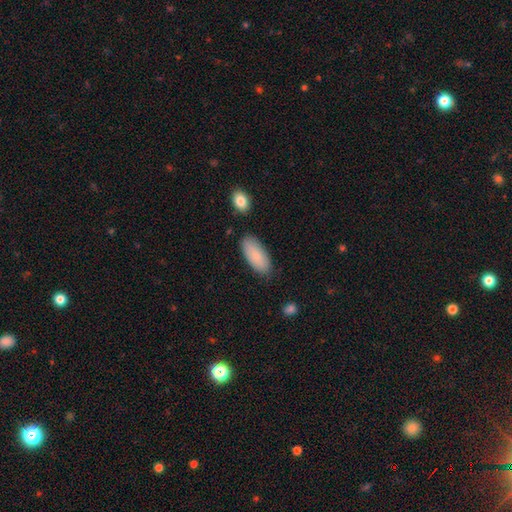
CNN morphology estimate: smooth-or-featured: smooth: 85% | featured or disk: 9% | star or artifact: 6%
  how-rounded: in between: 88% | cigar-shaped: 10% | round: 2%
  merging: none: 81% | minor disturbance: 14% | major disturbance: 3% | merger: 3%